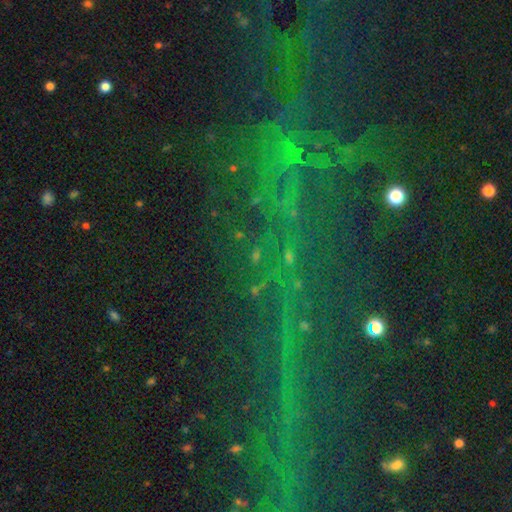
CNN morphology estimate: Q: Smooth or featured?
A: star or artifact (72%); runner-up: smooth (16%)